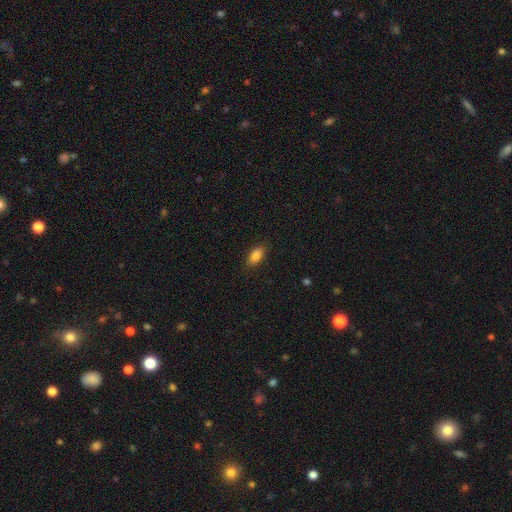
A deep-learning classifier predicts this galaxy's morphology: Overall: smooth (87%). How rounded: in between (89%). Merging: none (86%).